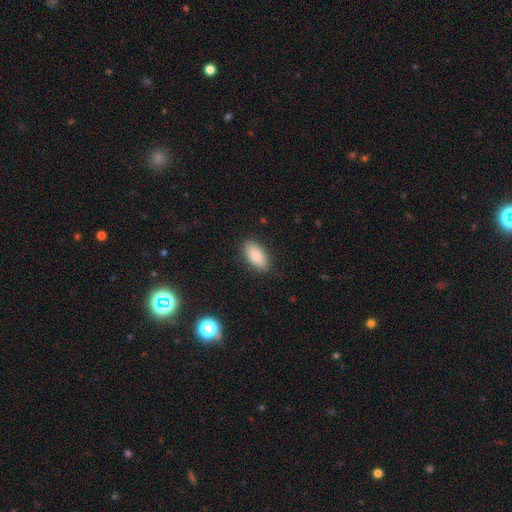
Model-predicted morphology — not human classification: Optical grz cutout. It shows a smooth galaxy with no disk features (88%) that is in between round and cigar-shaped (92%). Merging: none (86%).